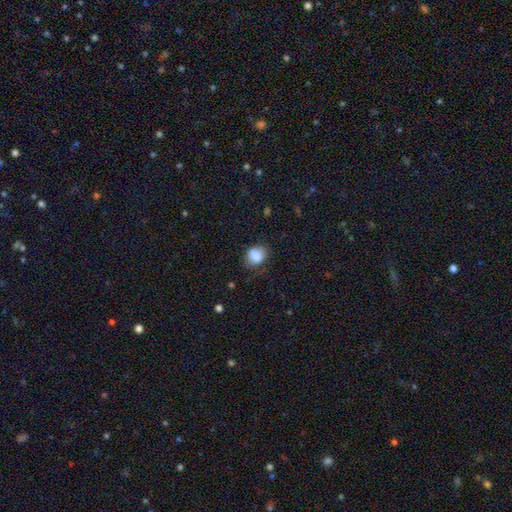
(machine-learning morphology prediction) smooth 85%, star or artifact 9%, featured or disk 6%. Down the decision tree: how rounded — round (57%); merging — none (62%).